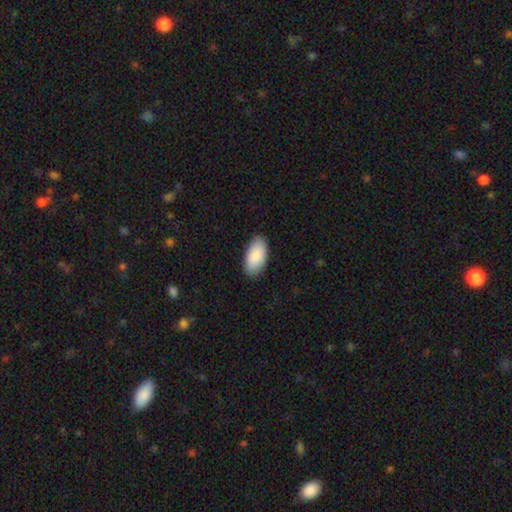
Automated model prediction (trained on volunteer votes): Morphology: type=smooth (89%); roundness=in between (95%); merging=none (86%).